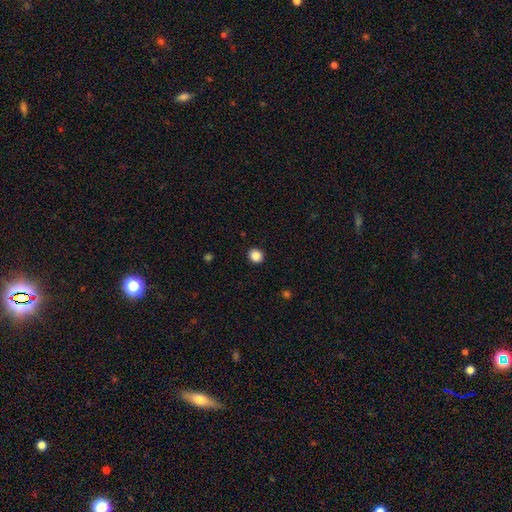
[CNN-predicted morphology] This is clearly a smooth galaxy (87%). How rounded: clearly round (86%). Merging: clearly none (92%).